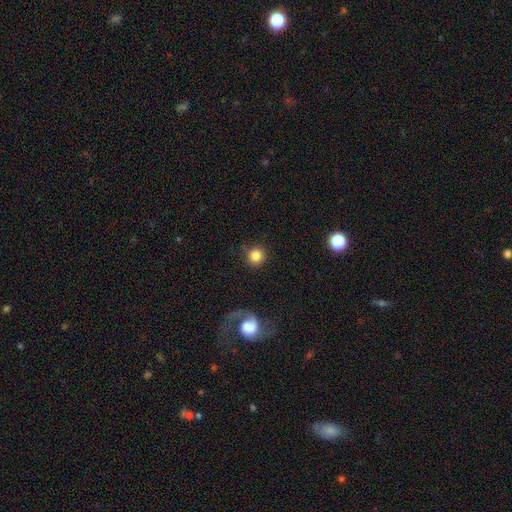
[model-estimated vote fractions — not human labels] Morphology: type=smooth (83%); roundness=round (93%); merging=none (85%).